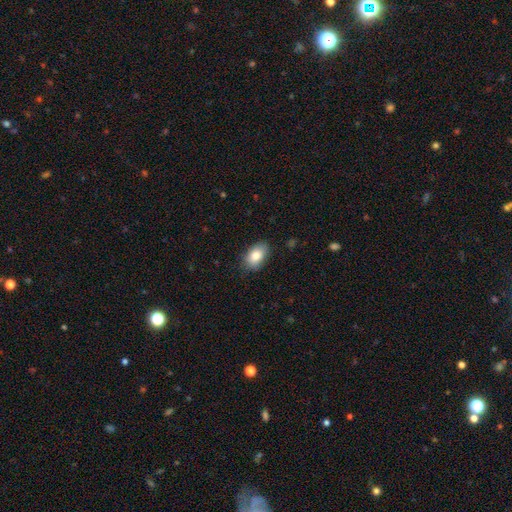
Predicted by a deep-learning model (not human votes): smooth 84%, featured or disk 9%, star or artifact 8%. Down the decision tree: how rounded — in between (89%); merging — none (82%).